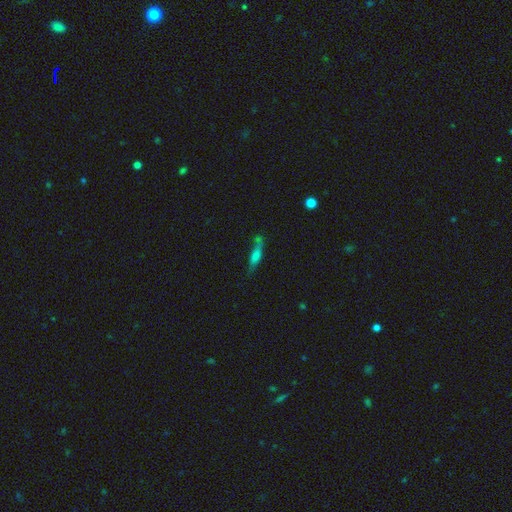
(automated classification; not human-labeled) A smooth galaxy with no disk features (55%) that is cigar-shaped (67%). Merging: none (51%).